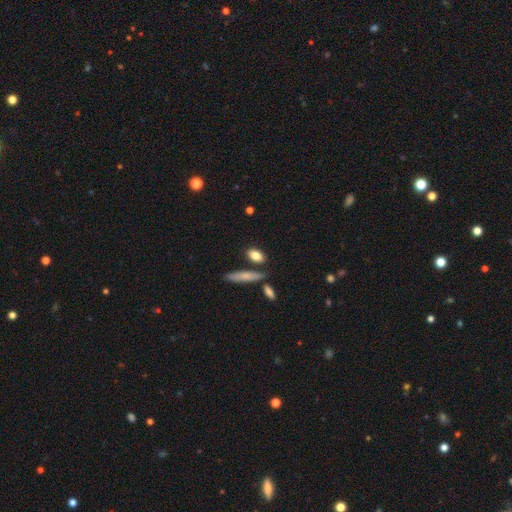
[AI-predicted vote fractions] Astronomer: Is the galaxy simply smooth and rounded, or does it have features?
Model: smooth — 81%.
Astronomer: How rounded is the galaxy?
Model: in between — 75%.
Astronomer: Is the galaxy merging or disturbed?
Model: none — 74%.